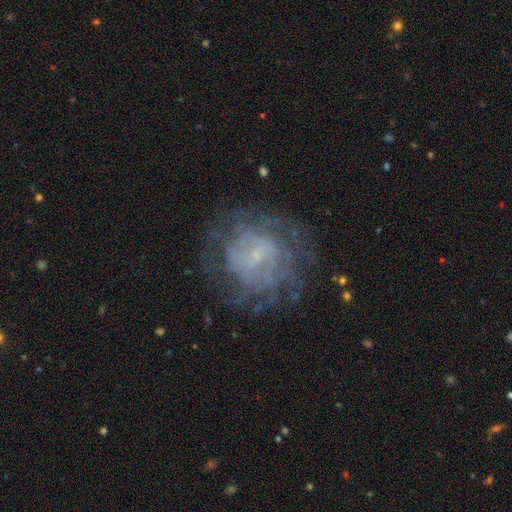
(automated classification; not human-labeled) Smooth or featured? Predicted: featured or disk (p=0.69). Edge-on disk? Predicted: no (p=0.97). Bar? Predicted: no (p=0.60). Spiral arms? Predicted: yes (p=0.72). Bulge size? Predicted: small (p=0.73). Merging? Predicted: none (p=0.70).